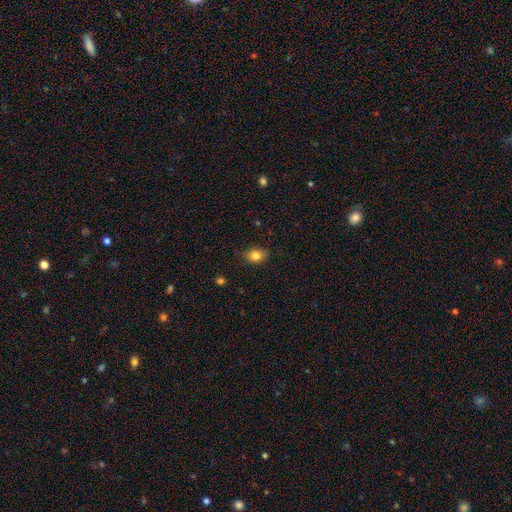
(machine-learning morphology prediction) This appears to be a smooth galaxy with no disk features (83%) that is in between round and cigar-shaped (64%). Merging: none (81%).